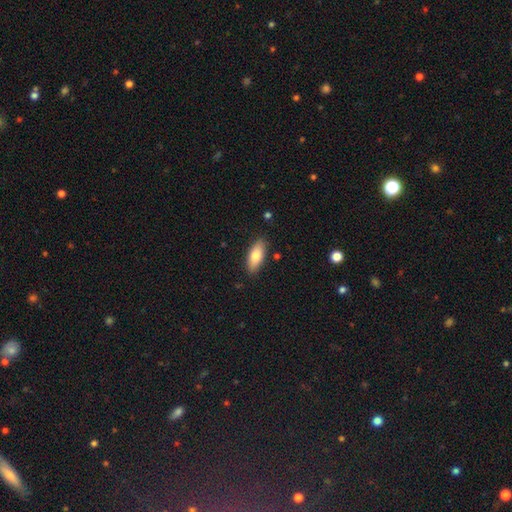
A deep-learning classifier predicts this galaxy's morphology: Smooth or featured?
  - smooth: 77% *
  - featured or disk: 17%
  - star or artifact: 6%
How rounded?
  - in between: 80% *
  - cigar-shaped: 18%
  - round: 2%
Merging?
  - none: 87% *
  - minor disturbance: 10%
  - major disturbance: 2%
  - merger: 1%